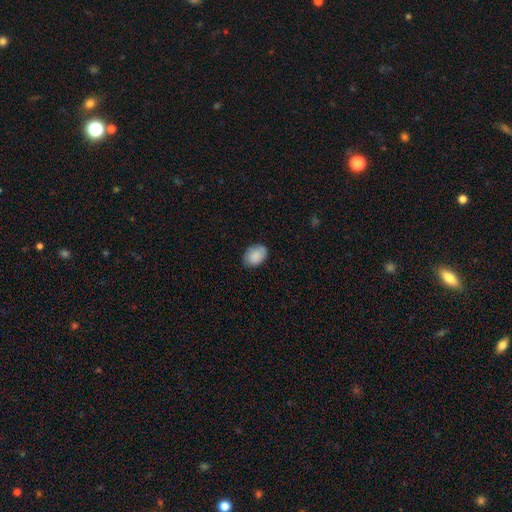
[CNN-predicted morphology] smooth-or-featured: smooth: 86% | featured or disk: 7% | star or artifact: 7%
  how-rounded: in between: 75% | round: 24% | cigar-shaped: 1%
  merging: none: 77% | minor disturbance: 19% | major disturbance: 3% | merger: 1%